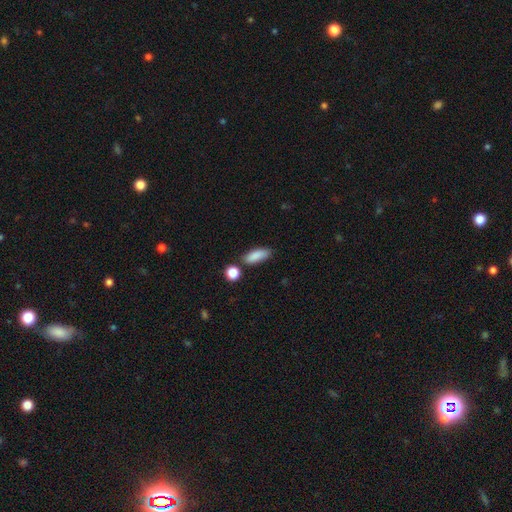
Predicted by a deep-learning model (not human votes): This appears to be a smooth galaxy with no disk features (86%) that is in between round and cigar-shaped (69%). Merging: none (75%).